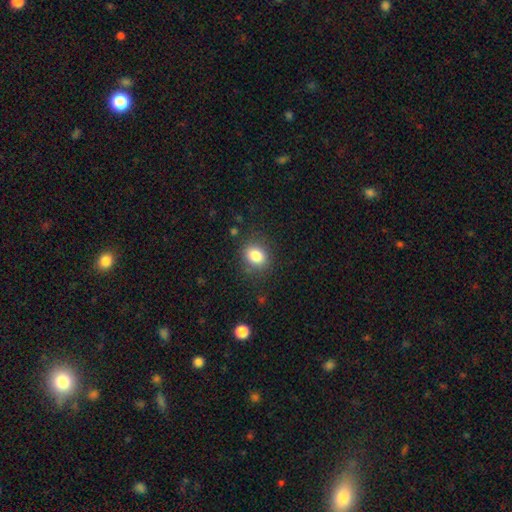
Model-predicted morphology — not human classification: smooth_or_featured: smooth (p=0.83) [alt: star or artifact p=0.10]
how_rounded: round (p=0.53) [alt: in between p=0.46]
merging: none (p=0.84) [alt: minor disturbance p=0.11]